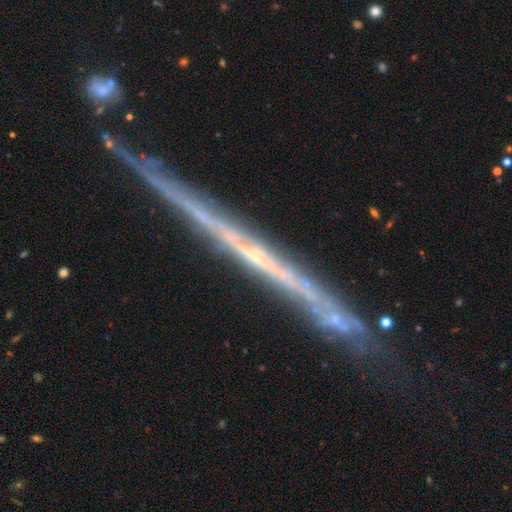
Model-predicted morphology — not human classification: A featured or disk galaxy (81%) viewed edge-on (96%) with no central bulge (75%).

Vote fractions:
- Smooth or featured? featured or disk: 81% / smooth: 10% / star or artifact: 8%
- Edge-on disk? yes: 96% / no: 4%
- Edge-on bulge? none: 75% / rounded: 20% / boxy: 6%
- Merging? none: 77% / minor disturbance: 16% / merger: 4% / major disturbance: 4%